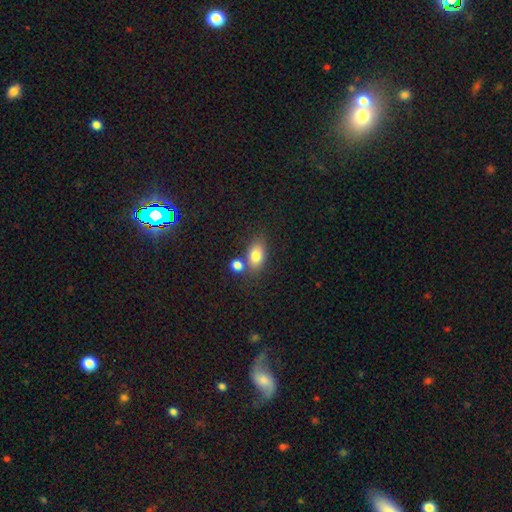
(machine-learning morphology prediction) Smooth or featured? smooth (80%)
How rounded? in between (82%)
Merging? none (61%)